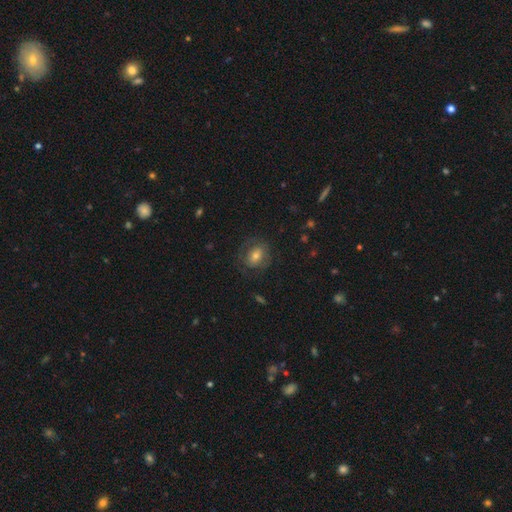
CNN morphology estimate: This appears to be a smooth galaxy with no disk features (55%) that is round (50%). Merging: none (72%).